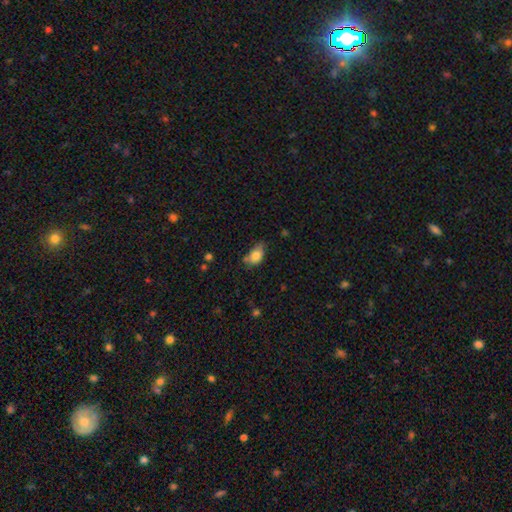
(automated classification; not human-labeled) Overall: smooth (82%). How rounded: in between (84%). Merging: none (47%; minor disturbance 36%).